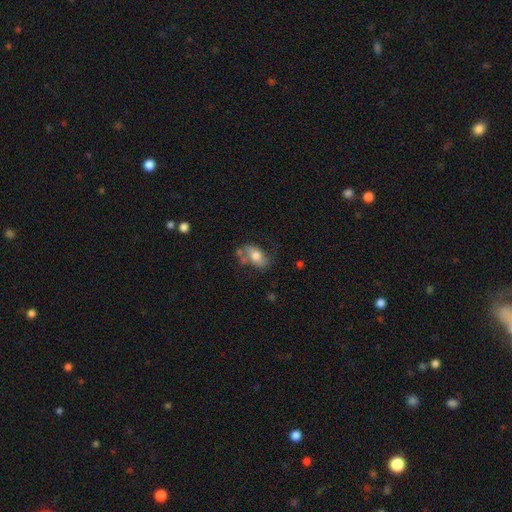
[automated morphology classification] type=smooth (53%); roundness=in between (85%); merging=none (52%).